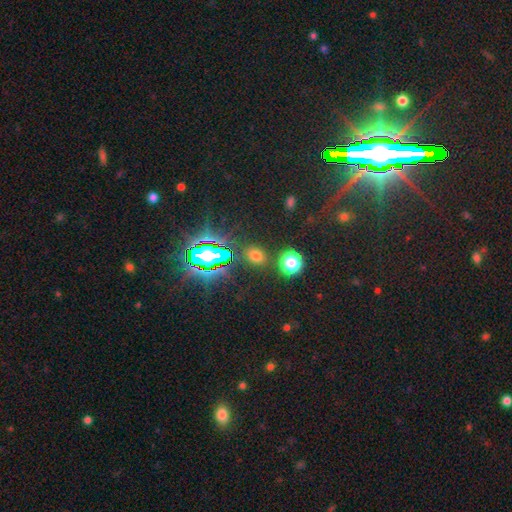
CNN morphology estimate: Q: Smooth or featured?
A: smooth (61%); runner-up: star or artifact (33%)
Q: How rounded?
A: in between (51%); runner-up: round (47%)
Q: Merging?
A: none (85%); runner-up: minor disturbance (8%)